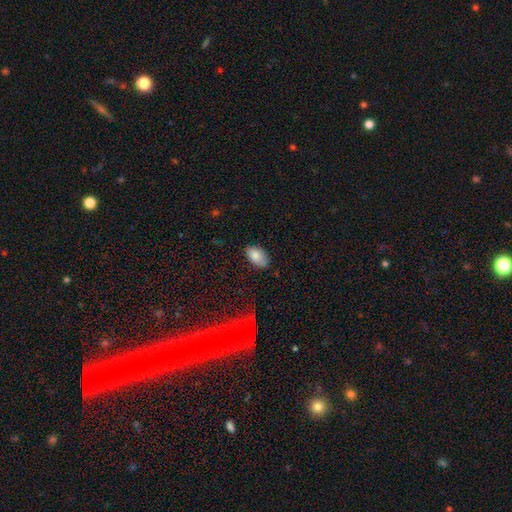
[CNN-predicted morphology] Q: Smooth or featured?
A: smooth (82%); runner-up: star or artifact (9%)
Q: How rounded?
A: in between (94%); runner-up: round (5%)
Q: Merging?
A: none (76%); runner-up: minor disturbance (20%)